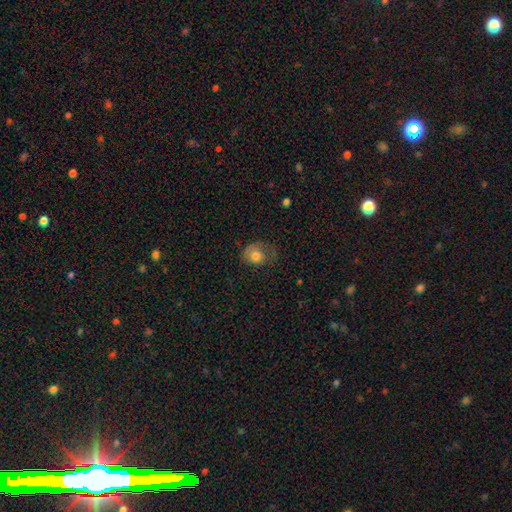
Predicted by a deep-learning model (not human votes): smooth 68%, featured or disk 24%, star or artifact 8%. Down the decision tree: how rounded — round (61%); merging — none (38%).